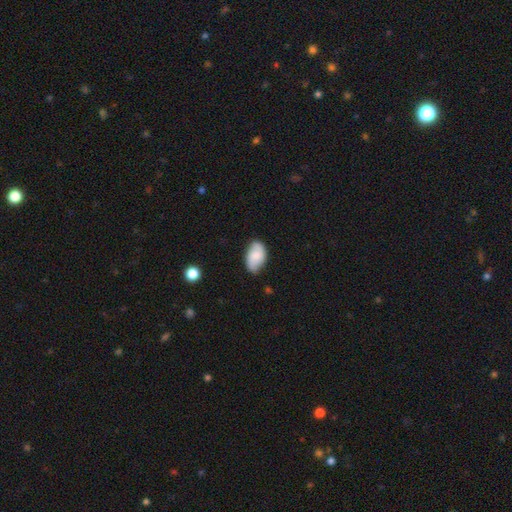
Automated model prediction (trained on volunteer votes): This appears to be a smooth galaxy with no disk features (64%) that is in between round and cigar-shaped (92%). Merging: none (71%).